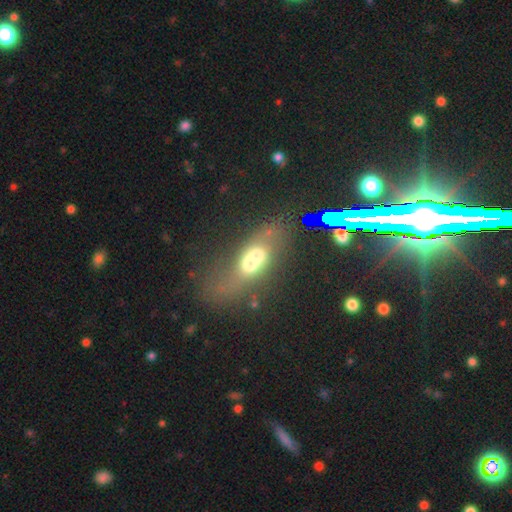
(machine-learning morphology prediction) smooth-or-featured: smooth: 48% | featured or disk: 35% | star or artifact: 17%
  merging: merger: 58% | none: 20% | major disturbance: 12% | minor disturbance: 9%